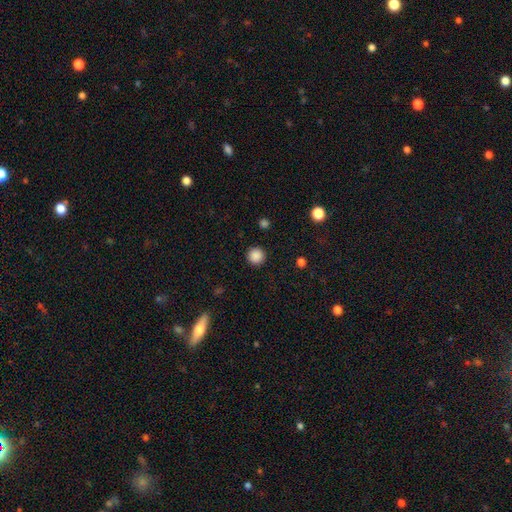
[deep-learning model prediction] Morphology: type=smooth (87%); roundness=round (96%); merging=none (92%).